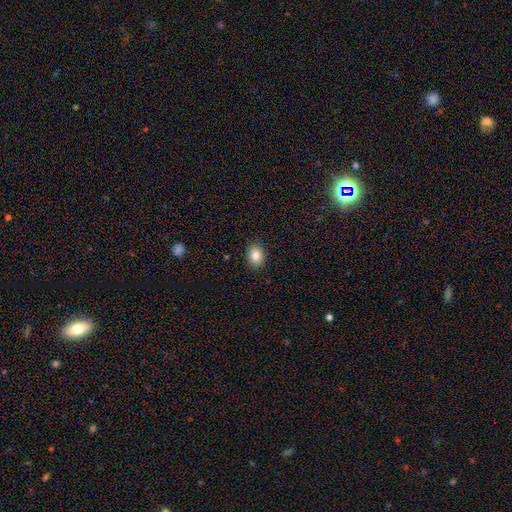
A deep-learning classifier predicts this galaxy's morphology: Smooth or featured? Predicted: smooth (p=0.84). How rounded? Predicted: in between (p=0.70). Merging? Predicted: none (p=0.89).